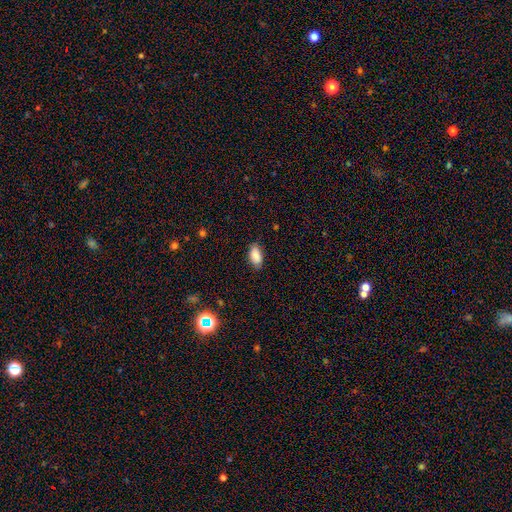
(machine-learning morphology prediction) This appears to be a smooth galaxy with no disk features (86%) that is in between round and cigar-shaped (93%). Merging: none (81%).